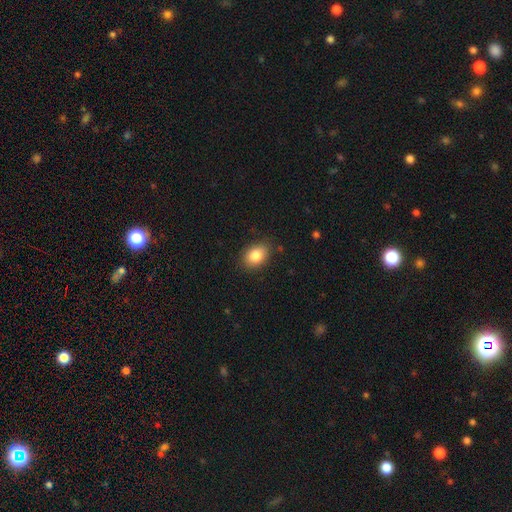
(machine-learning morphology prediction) Overall: smooth (83%). How rounded: in between (73%). Merging: none (84%).